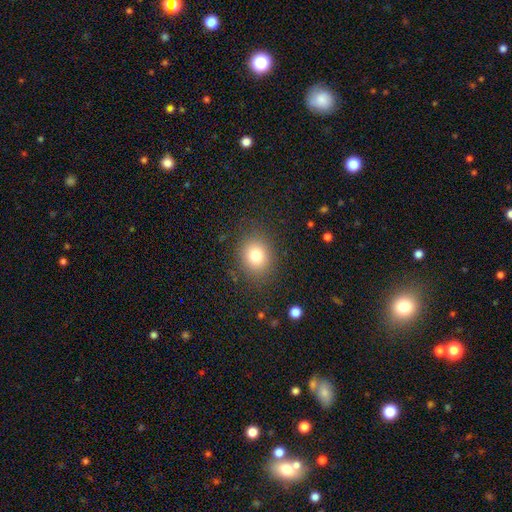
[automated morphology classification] Smooth or featured: smooth — 78% (star or artifact — 13%)
How rounded: round — 68% (in between — 31%)
Merging: none — 86% (minor disturbance — 9%)